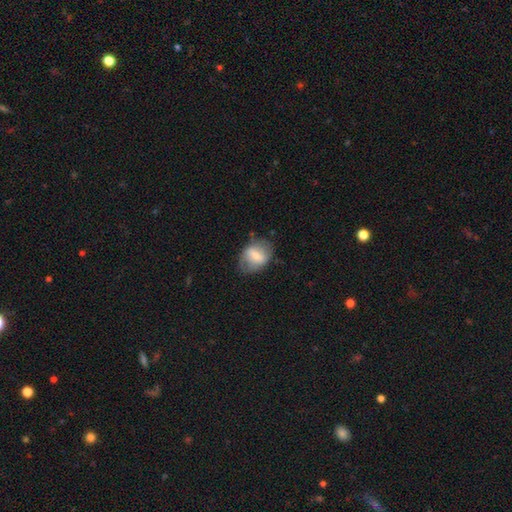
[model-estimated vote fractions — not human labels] Smooth or featured: smooth — 53% (featured or disk — 39%)
How rounded: in between — 70% (round — 29%)
Merging: none — 67% (minor disturbance — 22%)